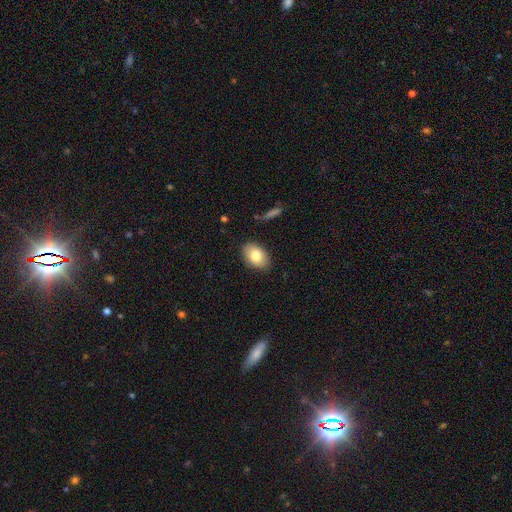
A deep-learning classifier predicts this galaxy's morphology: smooth-or-featured: smooth: 80% | featured or disk: 12% | star or artifact: 7%
  how-rounded: in between: 86% | round: 13% | cigar-shaped: 1%
  merging: none: 86% | minor disturbance: 10% | major disturbance: 2% | merger: 1%